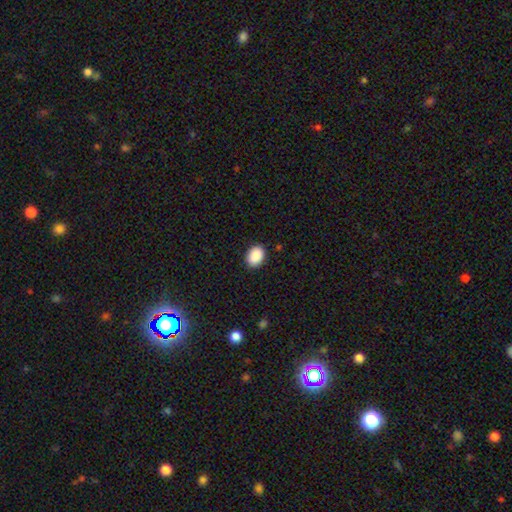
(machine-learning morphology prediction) A smooth galaxy with no disk features (90%) that is in between round and cigar-shaped (76%). Merging: none (88%).